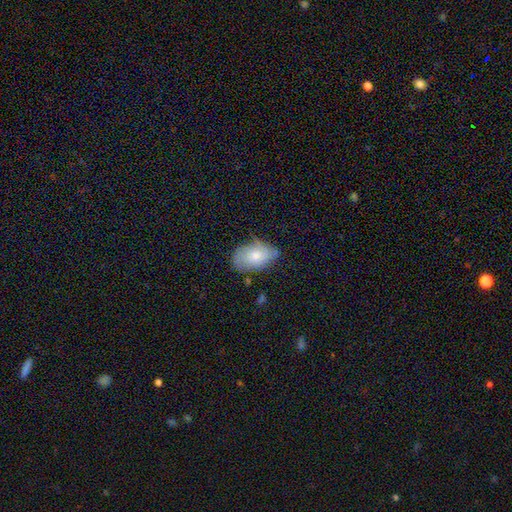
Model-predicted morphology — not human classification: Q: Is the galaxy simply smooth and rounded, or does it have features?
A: smooth — 70%.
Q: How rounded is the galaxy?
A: in between — 90%.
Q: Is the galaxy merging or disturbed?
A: none — 59%.